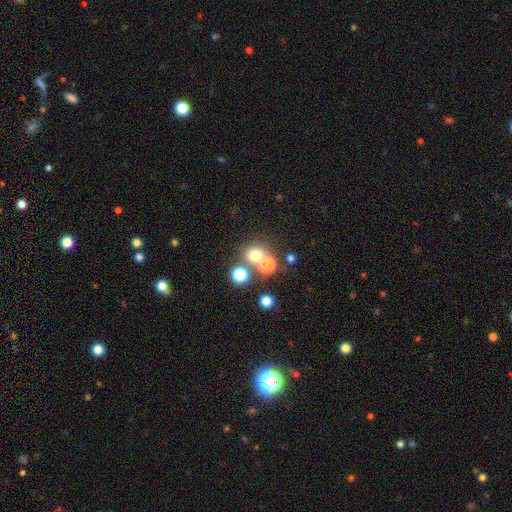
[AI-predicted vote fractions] This appears to be a smooth galaxy with no disk features (68%) that is round (84%). Merging: none (56%).